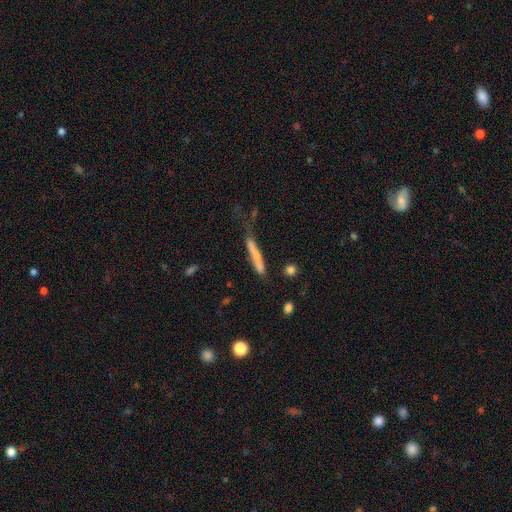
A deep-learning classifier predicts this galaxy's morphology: The model was most divided on "merging": none: 45%, minor disturbance: 27%, major disturbance: 19%, merger: 9%. More confident: how rounded — cigar-shaped (92%); smooth or featured — smooth (59%).